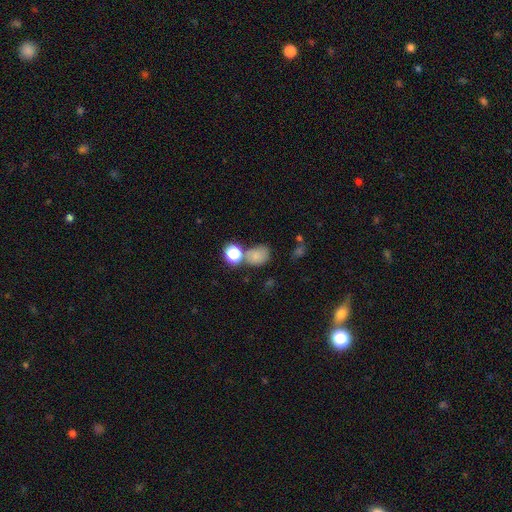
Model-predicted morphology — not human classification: This appears to be a smooth galaxy with no disk features (74%) that is in between round and cigar-shaped (56%). Merging: none (52%).